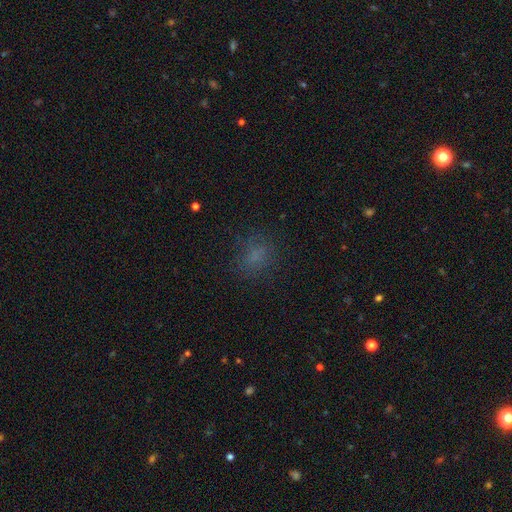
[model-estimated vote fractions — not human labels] A smooth galaxy with no disk features (70%) that is round (57%).

Vote fractions:
- Smooth or featured? smooth: 70% / star or artifact: 21% / featured or disk: 9%
- How rounded? round: 57% / in between: 41% / cigar-shaped: 2%
- Merging? none: 78% / minor disturbance: 14% / major disturbance: 8% / merger: 1%